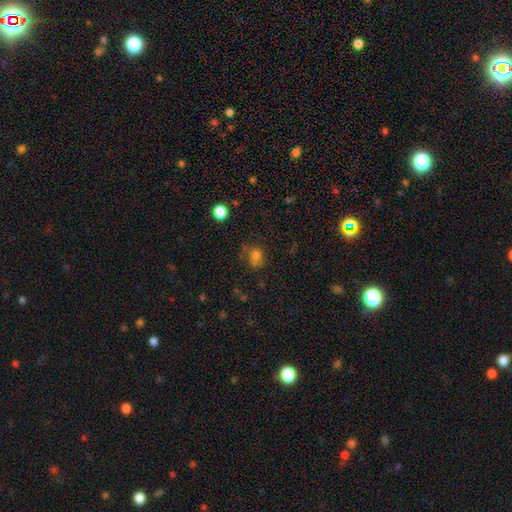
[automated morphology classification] A smooth galaxy with no disk features (71%) that is round (68%). Merging: none (54%).